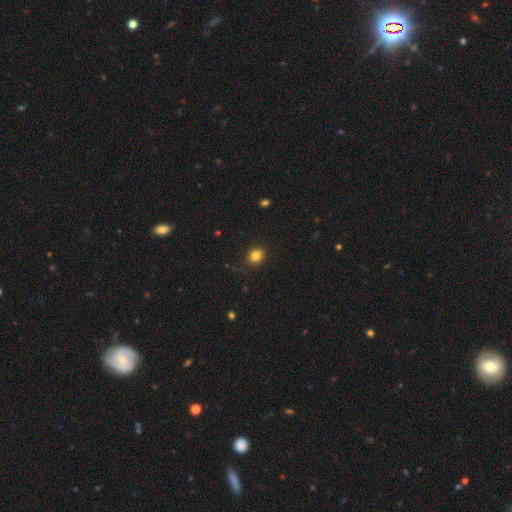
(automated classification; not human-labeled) Smooth or featured: smooth — 82% (star or artifact — 12%)
How rounded: round — 68% (in between — 31%)
Merging: none — 84% (minor disturbance — 12%)